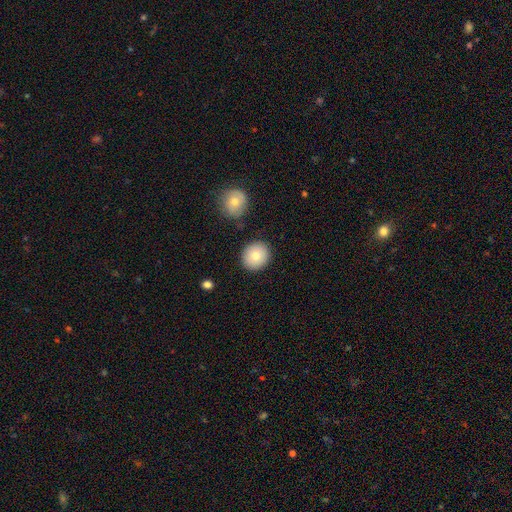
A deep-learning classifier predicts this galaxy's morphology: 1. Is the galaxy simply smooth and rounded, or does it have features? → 80% smooth, 12% featured or disk, 8% star or artifact.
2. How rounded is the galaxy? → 80% round, 19% in between, 1% cigar-shaped.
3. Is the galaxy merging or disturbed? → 86% none, 8% minor disturbance, 3% merger, 2% major disturbance.